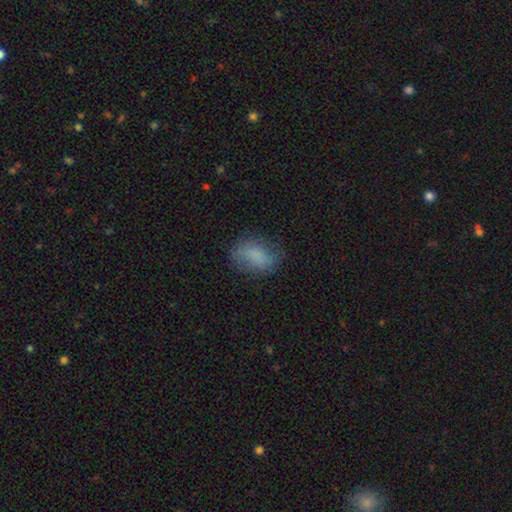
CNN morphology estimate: Q: Smooth or featured?
A: smooth (75%); runner-up: featured or disk (15%)
Q: How rounded?
A: in between (82%); runner-up: round (15%)
Q: Merging?
A: none (65%); runner-up: minor disturbance (23%)